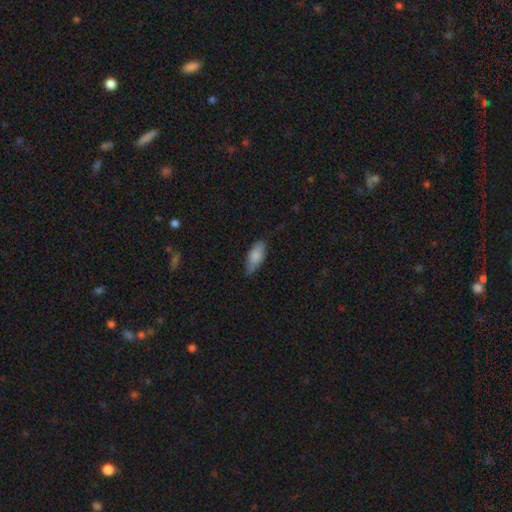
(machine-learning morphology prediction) Q: Smooth or featured?
A: smooth (83%); runner-up: featured or disk (11%)
Q: How rounded?
A: in between (85%); runner-up: cigar-shaped (13%)
Q: Merging?
A: none (69%); runner-up: minor disturbance (26%)